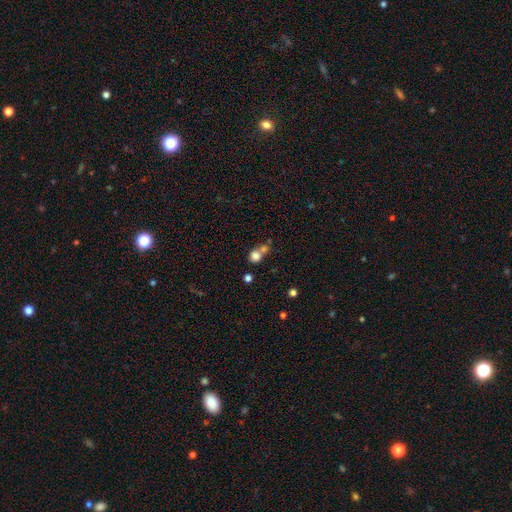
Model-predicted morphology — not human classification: A smooth galaxy with no disk features (78%) that is round (77%). Merging: merger (50%).